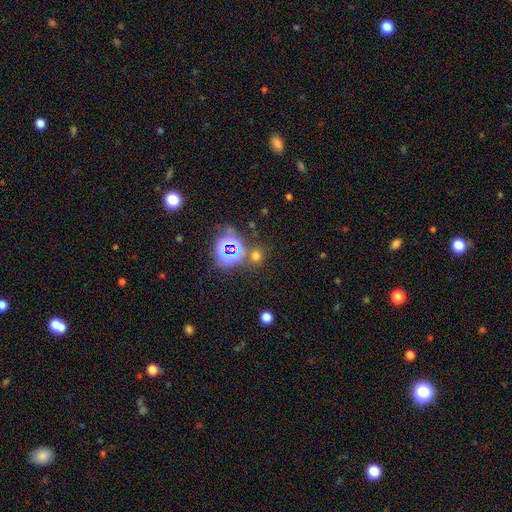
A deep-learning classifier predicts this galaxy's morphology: smooth-or-featured: smooth: 53% | star or artifact: 40% | featured or disk: 7%
  how-rounded: round: 79% | in between: 19% | cigar-shaped: 1%
  merging: none: 75% | merger: 11% | minor disturbance: 9% | major disturbance: 5%